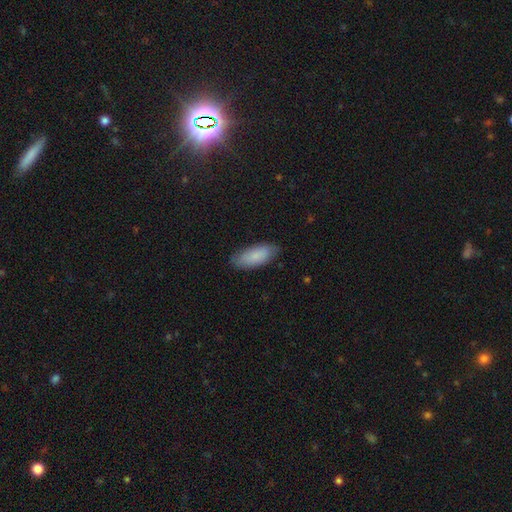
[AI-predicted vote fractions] Smooth or featured? smooth (86%)
How rounded? in between (83%)
Merging? none (81%)